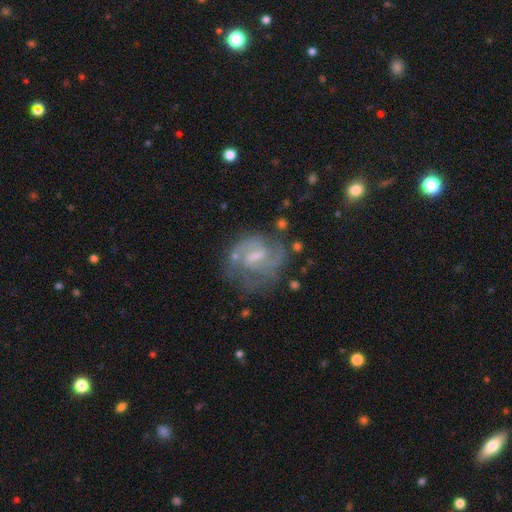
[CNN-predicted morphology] This appears to be a featured or disk galaxy (78%) with a weak bar (60%), 2 (56%) medium (47%) spiral arms (88%) and a small central bulge (41%). Merging: none (59%).